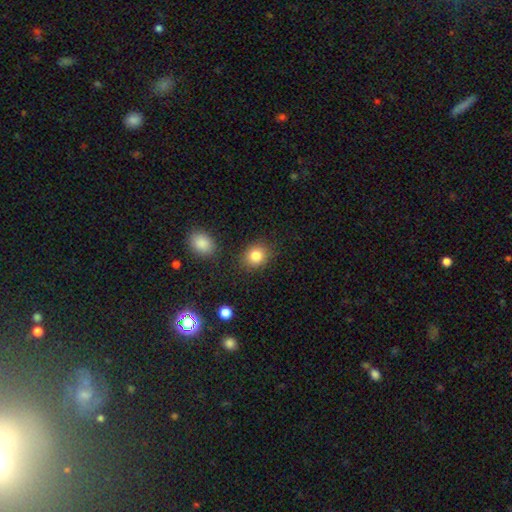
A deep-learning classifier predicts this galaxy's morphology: Smooth or featured? smooth (83%)
How rounded? round (68%)
Merging? none (84%)